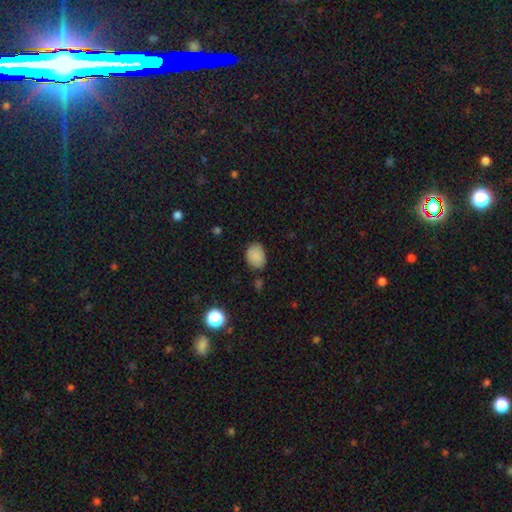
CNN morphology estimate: smooth-or-featured: smooth: 86% | star or artifact: 9% | featured or disk: 4%
  how-rounded: in between: 63% | round: 36% | cigar-shaped: 1%
  merging: none: 78% | minor disturbance: 16% | major disturbance: 3% | merger: 2%